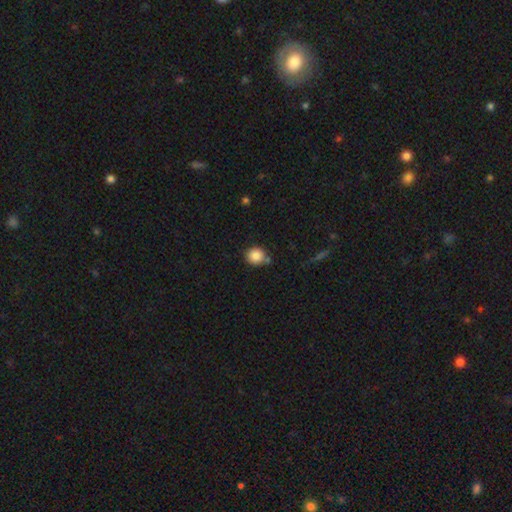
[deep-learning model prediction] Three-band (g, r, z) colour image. It shows a smooth galaxy with no disk features (86%) that is round (90%). Merging: none (75%).